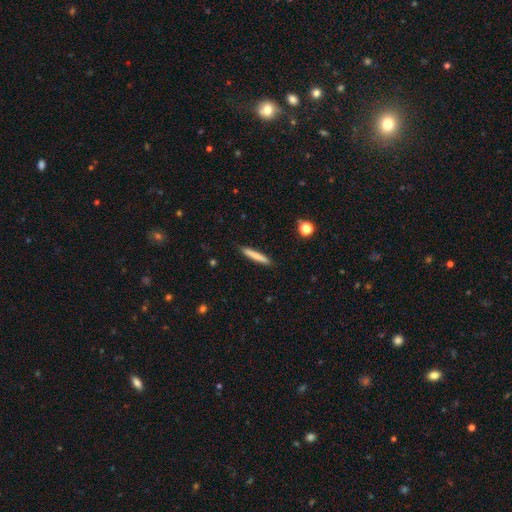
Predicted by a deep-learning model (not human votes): smooth_or_featured: smooth (p=0.78) [alt: featured or disk p=0.15]
how_rounded: cigar-shaped (p=0.95) [alt: in between p=0.04]
merging: none (p=0.91) [alt: minor disturbance p=0.07]